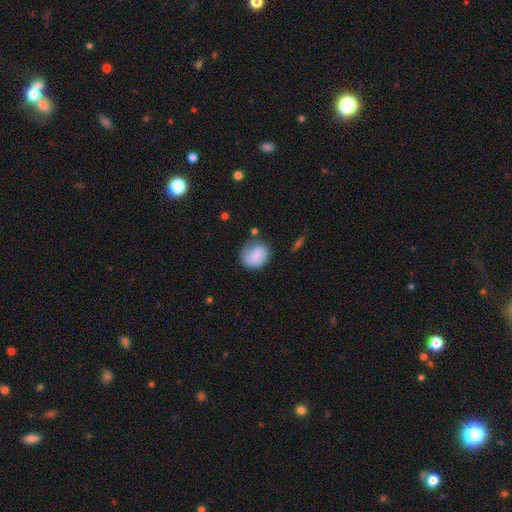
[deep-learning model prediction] Smooth or featured?
  - smooth: 73% *
  - featured or disk: 19%
  - star or artifact: 8%
How rounded?
  - round: 71% *
  - in between: 28%
  - cigar-shaped: 1%
Merging?
  - none: 62% *
  - minor disturbance: 25%
  - major disturbance: 9%
  - merger: 4%